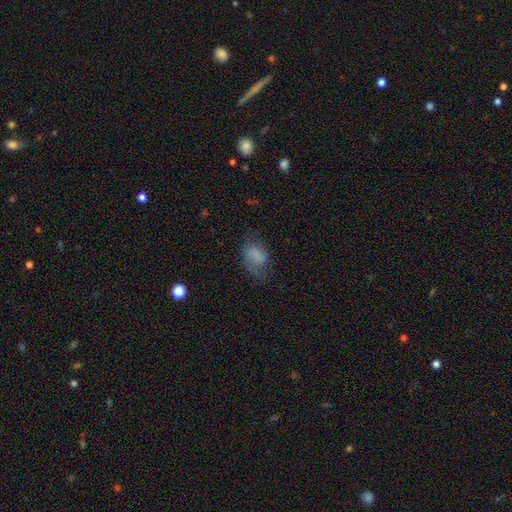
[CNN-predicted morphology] Smooth or featured?
  - smooth: 58% *
  - featured or disk: 32%
  - star or artifact: 10%
How rounded?
  - in between: 80% *
  - round: 19%
  - cigar-shaped: 2%
Merging?
  - none: 47% *
  - minor disturbance: 28%
  - major disturbance: 23%
  - merger: 2%